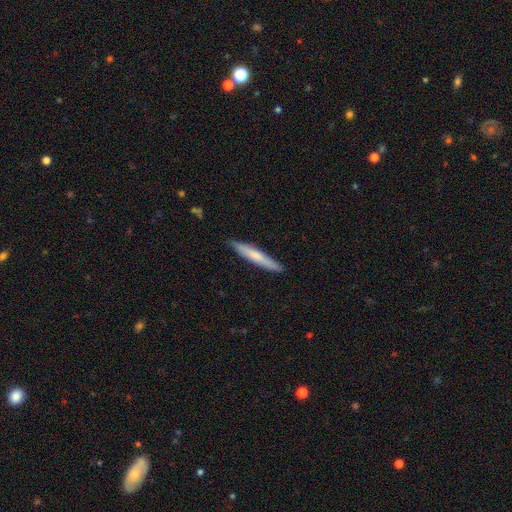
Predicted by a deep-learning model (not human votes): Smooth or featured?
  - smooth: 64% *
  - featured or disk: 31%
  - star or artifact: 5%
How rounded?
  - cigar-shaped: 94% *
  - in between: 5%
  - round: 1%
Merging?
  - none: 87% *
  - minor disturbance: 10%
  - major disturbance: 2%
  - merger: 1%